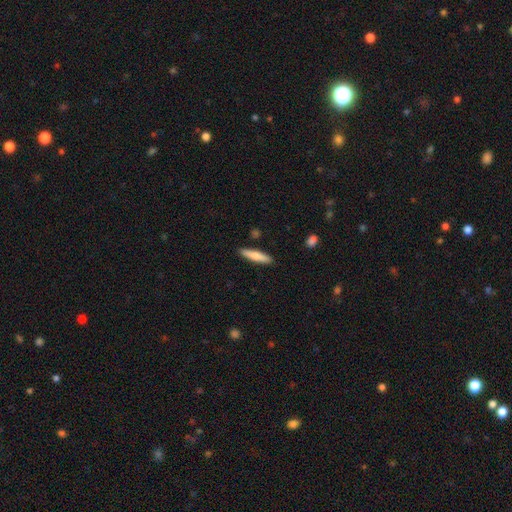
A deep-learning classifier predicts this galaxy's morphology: This appears to be a smooth galaxy with no disk features (73%) that is cigar-shaped (84%). Merging: none (88%).